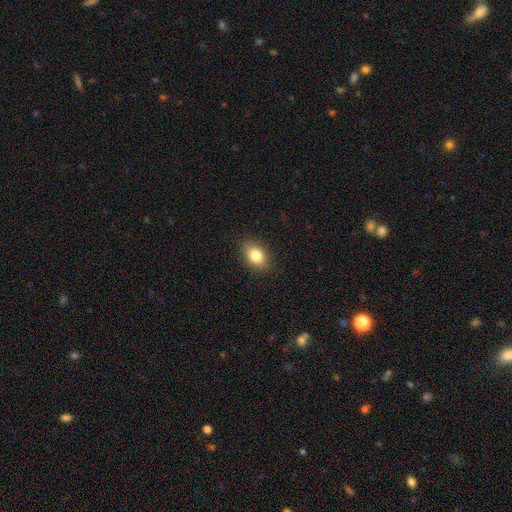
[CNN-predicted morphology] Smooth or featured? Predicted: smooth (p=0.82). How rounded? Predicted: in between (p=0.76). Merging? Predicted: none (p=0.87).